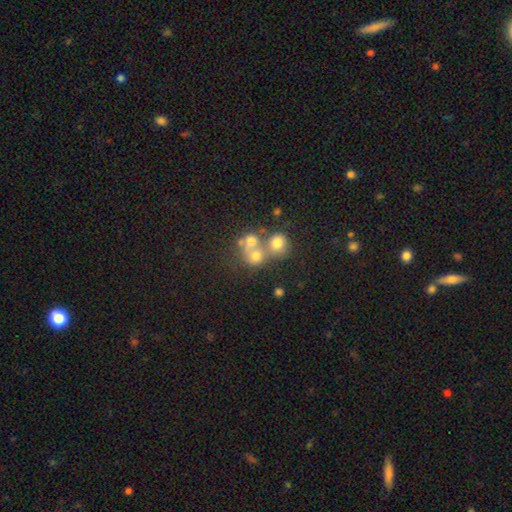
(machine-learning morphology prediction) A smooth galaxy with no disk features (63%) that is round (77%). Merging: merger (54%).